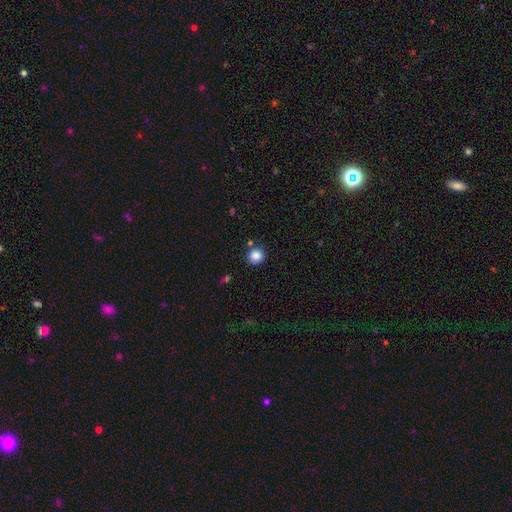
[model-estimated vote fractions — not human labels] Smooth or featured?
  - smooth: 86% *
  - star or artifact: 10%
  - featured or disk: 4%
How rounded?
  - round: 92% *
  - in between: 7%
  - cigar-shaped: 1%
Merging?
  - none: 85% *
  - minor disturbance: 7%
  - merger: 5%
  - major disturbance: 2%